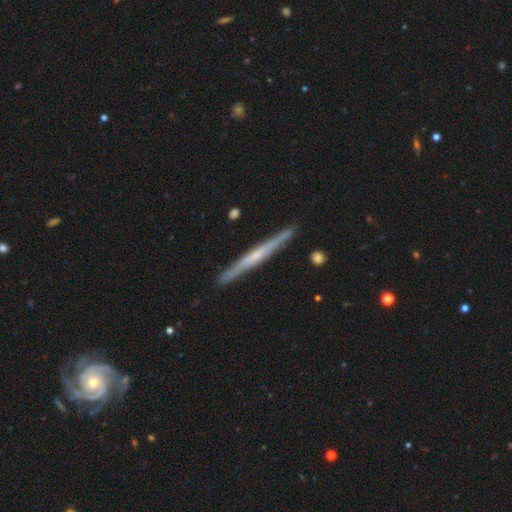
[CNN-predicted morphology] Overall: featured or disk (70%). Edge-on disk: yes (98%). Edge-on bulge: none (51%; rounded 41%). Merging: none (90%).